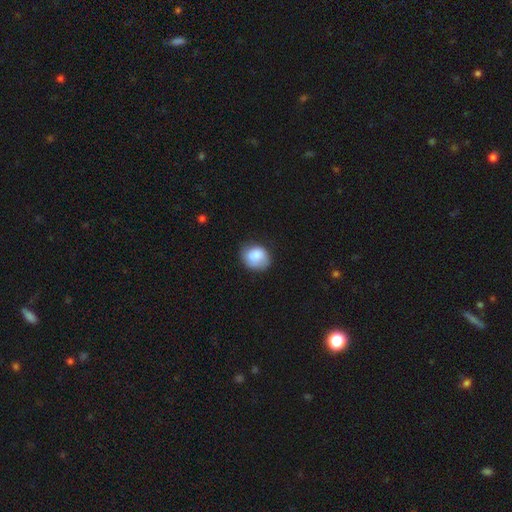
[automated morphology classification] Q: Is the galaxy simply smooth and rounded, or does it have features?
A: smooth — 83%.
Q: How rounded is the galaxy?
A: round — 64%.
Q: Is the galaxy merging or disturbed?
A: none — 66%.